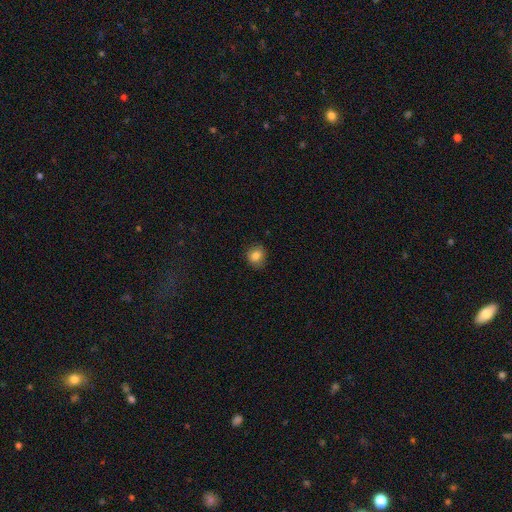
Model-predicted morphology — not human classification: Smooth or featured? Predicted: smooth (p=0.82). How rounded? Predicted: round (p=0.77). Merging? Predicted: none (p=0.83).